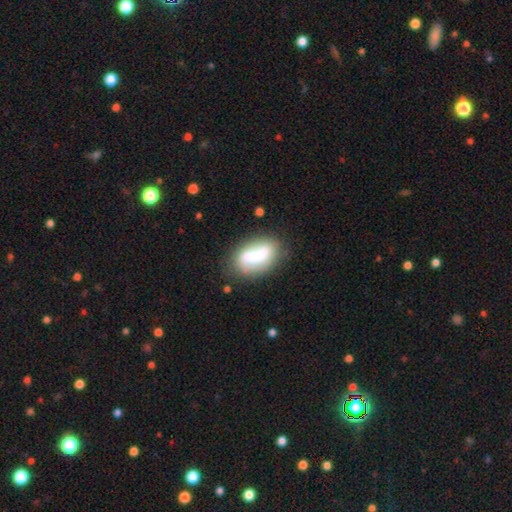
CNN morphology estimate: Smooth or featured?
  - smooth: 64% *
  - featured or disk: 27%
  - star or artifact: 9%
How rounded?
  - in between: 84% *
  - cigar-shaped: 10%
  - round: 6%
Merging?
  - none: 57% *
  - minor disturbance: 23%
  - major disturbance: 11%
  - merger: 9%